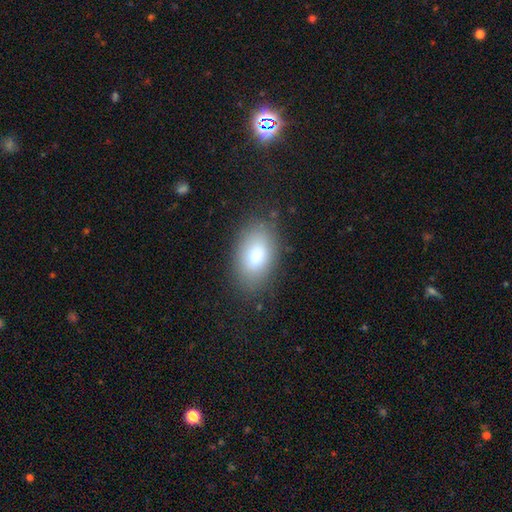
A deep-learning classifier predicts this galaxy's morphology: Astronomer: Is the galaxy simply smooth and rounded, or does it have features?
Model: smooth — 78%.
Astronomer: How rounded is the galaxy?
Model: in between — 90%.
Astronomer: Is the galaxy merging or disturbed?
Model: none — 84%.